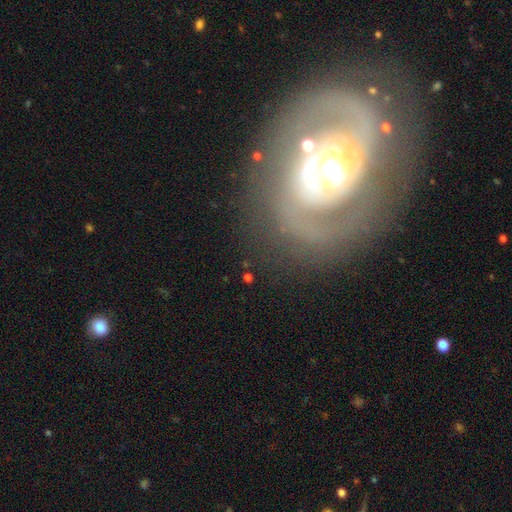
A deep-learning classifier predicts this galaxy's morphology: Smooth or featured?
  - featured or disk: 74% *
  - smooth: 14%
  - star or artifact: 11%
Edge-on disk?
  - no: 94% *
  - yes: 6%
Bar?
  - no: 52% *
  - weak: 27%
  - strong: 21%
Spiral arms?
  - yes: 74% *
  - no: 26%
Spiral winding?
  - tight: 50% *
  - medium: 34%
  - loose: 16%
Spiral arm count?
  - 2: 55% *
  - can't tell: 20%
  - 1: 10%
  - 3: 6%
  - 4: 4%
  - more than 4: 4%
Bulge size?
  - moderate: 50% *
  - large: 30%
  - small: 10%
  - dominant: 8%
  - none: 2%
Merging?
  - none: 71% *
  - minor disturbance: 15%
  - major disturbance: 11%
  - merger: 3%